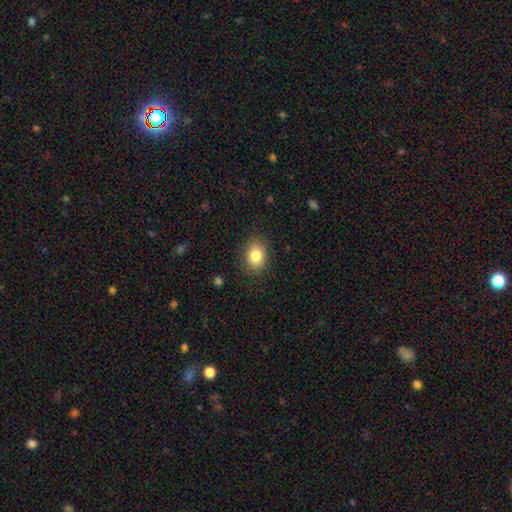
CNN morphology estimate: Smooth or featured? Predicted: smooth (p=0.83). How rounded? Predicted: in between (p=0.69). Merging? Predicted: none (p=0.86).